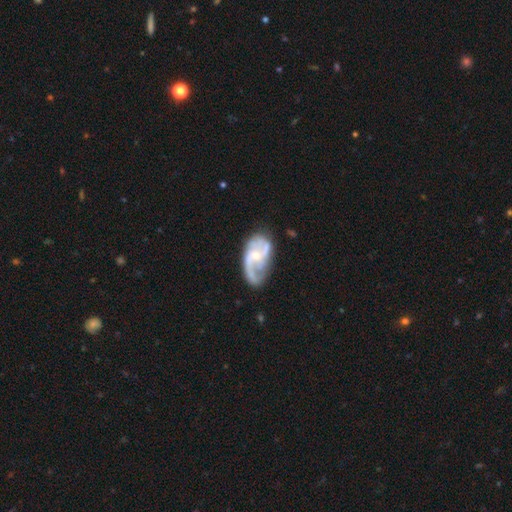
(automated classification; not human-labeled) Q: Smooth or featured?
A: featured or disk (83%); runner-up: smooth (11%)
Q: Edge-on disk?
A: no (97%); runner-up: yes (3%)
Q: Bar?
A: no (54%); runner-up: weak (37%)
Q: Spiral arms?
A: yes (93%); runner-up: no (7%)
Q: Spiral winding?
A: medium (46%); runner-up: loose (38%)
Q: Spiral arm count?
A: 2 (71%); runner-up: can't tell (10%)
Q: Bulge size?
A: small (58%); runner-up: moderate (37%)
Q: Merging?
A: none (55%); runner-up: minor disturbance (26%)